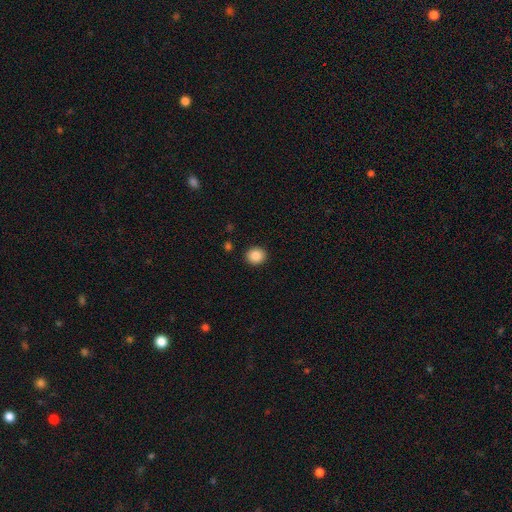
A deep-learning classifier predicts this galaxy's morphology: This appears to be a smooth galaxy with no disk features (87%) that is round (78%). Merging: none (91%).